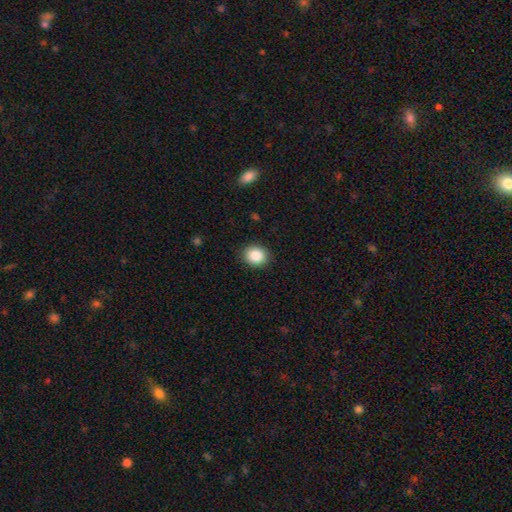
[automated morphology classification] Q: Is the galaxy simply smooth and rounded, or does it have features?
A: smooth — 88%.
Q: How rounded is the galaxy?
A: round — 62%.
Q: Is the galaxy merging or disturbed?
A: none — 89%.